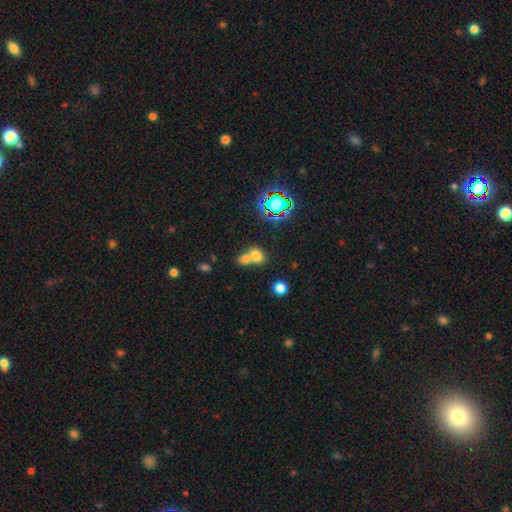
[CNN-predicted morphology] smooth 70%, star or artifact 18%, featured or disk 12%. Down the decision tree: how rounded — round (54%); merging — merger (60%).